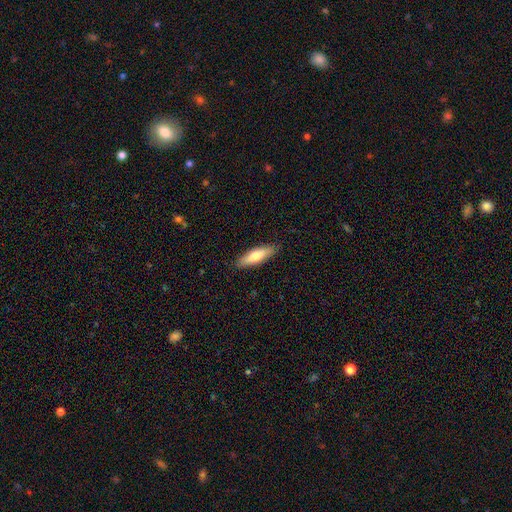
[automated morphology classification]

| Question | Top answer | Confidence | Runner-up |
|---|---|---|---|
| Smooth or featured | smooth | 72% | featured or disk (23%) |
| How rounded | cigar-shaped | 58% | in between (40%) |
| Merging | none | 87% | minor disturbance (10%) |